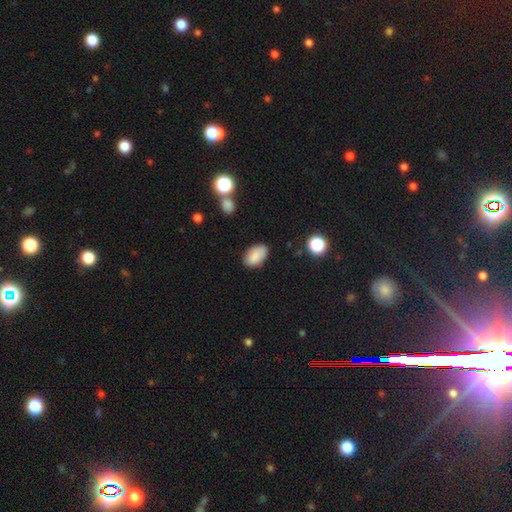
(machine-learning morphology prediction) This is clearly a smooth galaxy (87%). How rounded: clearly in between (93%). Merging: clearly none (81%).